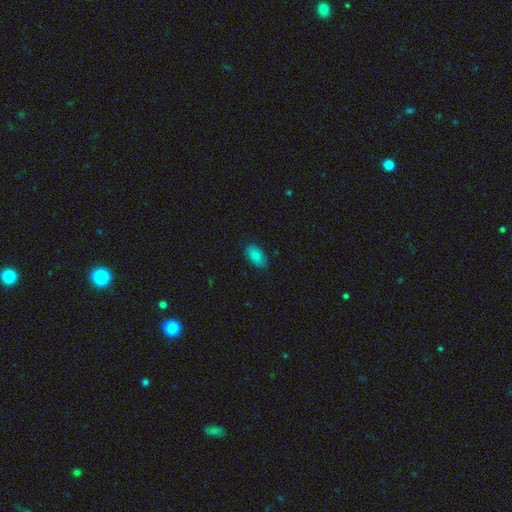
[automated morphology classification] Overall: smooth (83%). How rounded: in between (93%). Merging: none (84%).